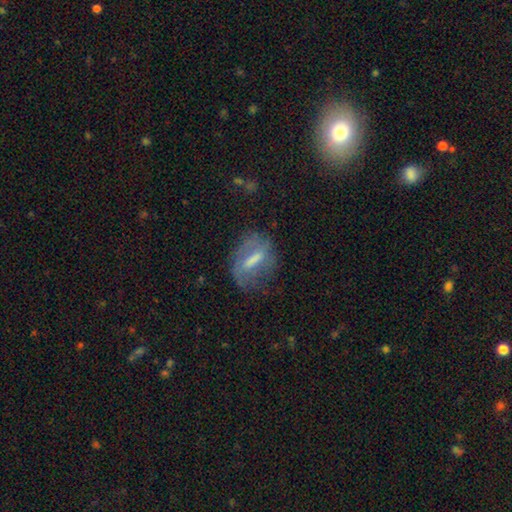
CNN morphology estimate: Overall: featured or disk (50%; smooth 38%). Merging: none (61%; minor disturbance 23%).